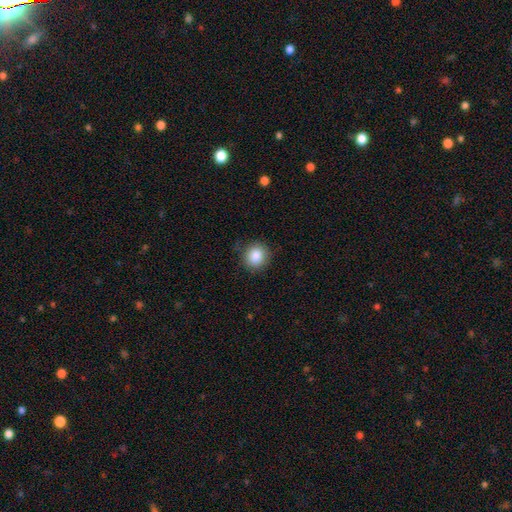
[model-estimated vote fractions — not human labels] Smooth or featured? smooth (85%)
How rounded? round (87%)
Merging? none (86%)